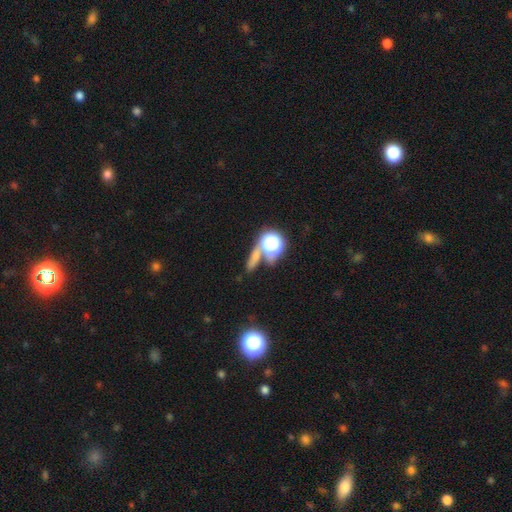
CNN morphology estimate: A smooth galaxy with no disk features (55%) that is round (37%). Merging: none (57%).